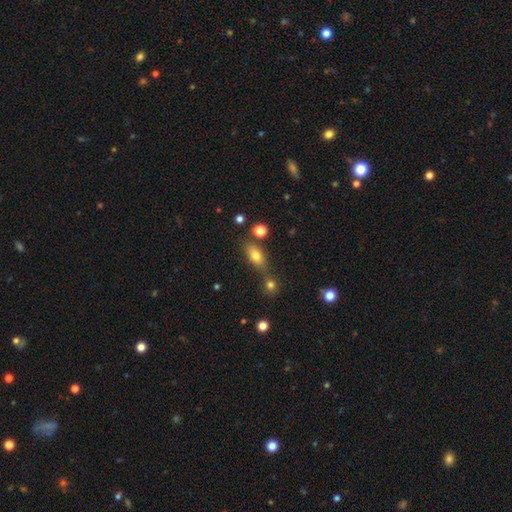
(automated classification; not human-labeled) The model was most divided on "merging": none: 63%, merger: 18%, minor disturbance: 14%, major disturbance: 5%. More confident: how rounded — in between (78%); smooth or featured — smooth (76%).